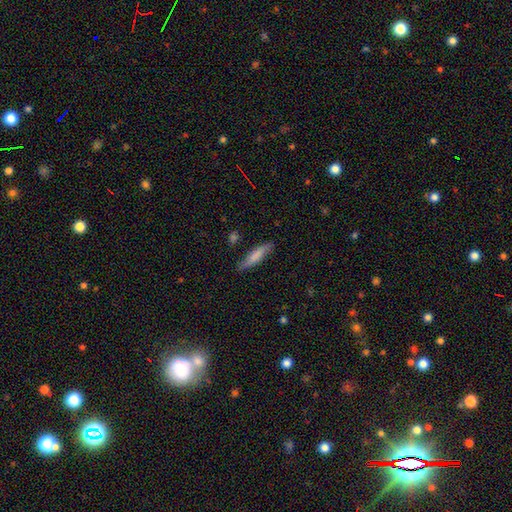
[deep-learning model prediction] Morphology: type=smooth (74%); roundness=cigar-shaped (80%); merging=none (78%).